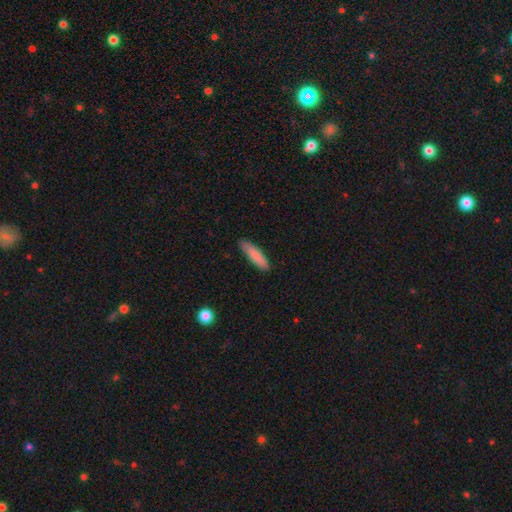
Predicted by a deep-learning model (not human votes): A smooth galaxy with no disk features (86%) that is cigar-shaped (71%). Merging: none (86%).